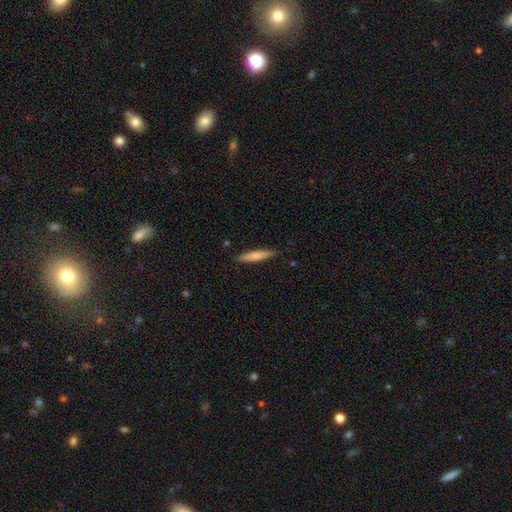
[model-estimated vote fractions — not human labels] smooth_or_featured: smooth (p=0.68) [alt: featured or disk p=0.27]
how_rounded: cigar-shaped (p=0.92) [alt: in between p=0.07]
merging: none (p=0.86) [alt: minor disturbance p=0.11]